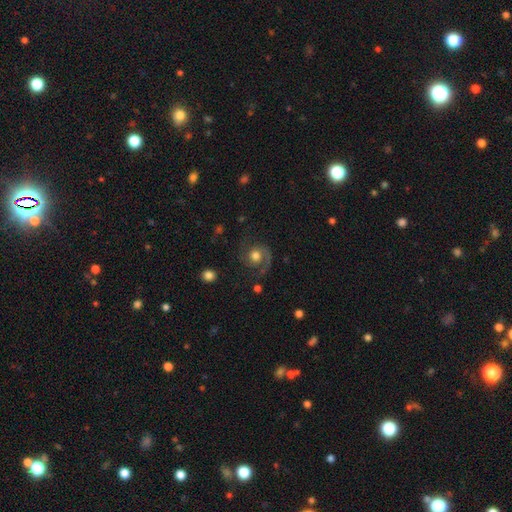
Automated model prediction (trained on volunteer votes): Morphology: type=featured or disk (73%); edge-on=no (98%); bar=no (75%); spiral arms=yes (95%); winding=medium (48%); arm count=2 (60%); bulge=moderate (57%); merging=none (69%).